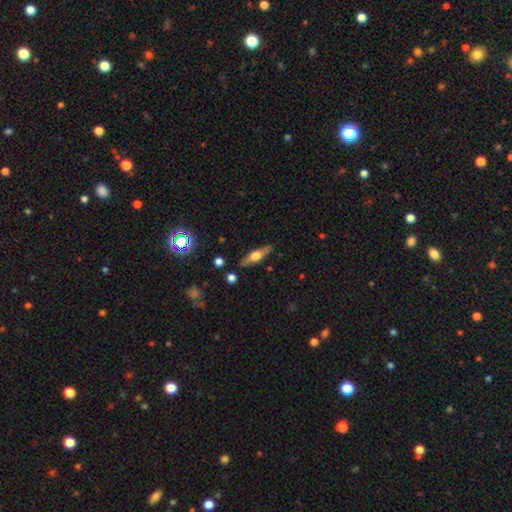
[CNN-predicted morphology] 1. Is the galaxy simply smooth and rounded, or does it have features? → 56% featured or disk, 37% smooth, 7% star or artifact.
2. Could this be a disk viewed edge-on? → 91% yes, 9% no.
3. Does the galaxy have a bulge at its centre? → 90% rounded, 8% boxy, 2% none.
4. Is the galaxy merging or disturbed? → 86% none, 10% minor disturbance, 2% major disturbance, 2% merger.